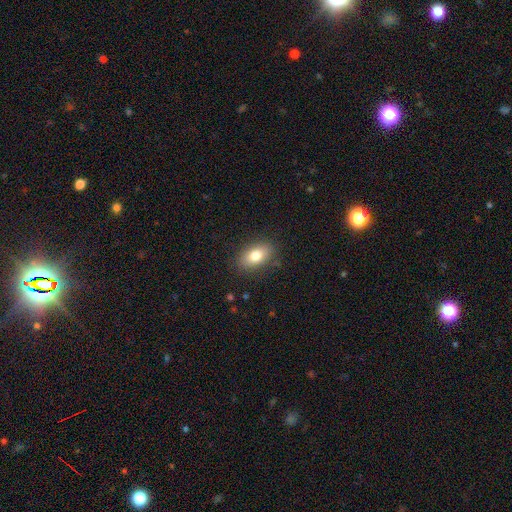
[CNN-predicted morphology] Q: Smooth or featured?
A: smooth (79%); runner-up: featured or disk (13%)
Q: How rounded?
A: in between (88%); runner-up: round (9%)
Q: Merging?
A: none (86%); runner-up: minor disturbance (10%)